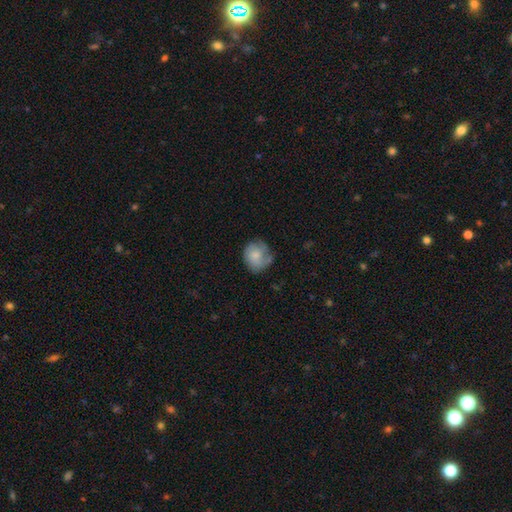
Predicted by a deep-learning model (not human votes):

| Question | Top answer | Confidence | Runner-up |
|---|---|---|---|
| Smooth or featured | smooth | 62% | featured or disk (31%) |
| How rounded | round | 76% | in between (23%) |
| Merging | none | 57% | minor disturbance (28%) |